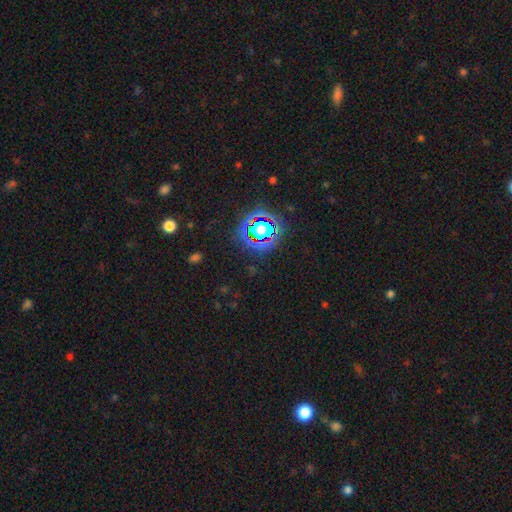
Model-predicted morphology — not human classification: type=star or artifact (80%).